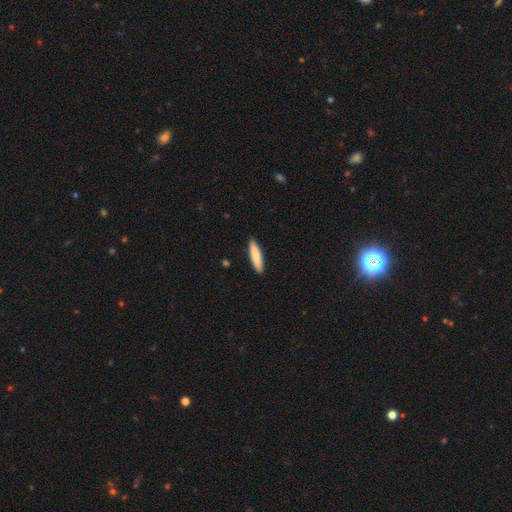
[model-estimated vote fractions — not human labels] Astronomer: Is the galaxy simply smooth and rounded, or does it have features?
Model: smooth — 85%.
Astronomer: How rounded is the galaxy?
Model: cigar-shaped — 80%.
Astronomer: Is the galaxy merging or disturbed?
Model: none — 90%.